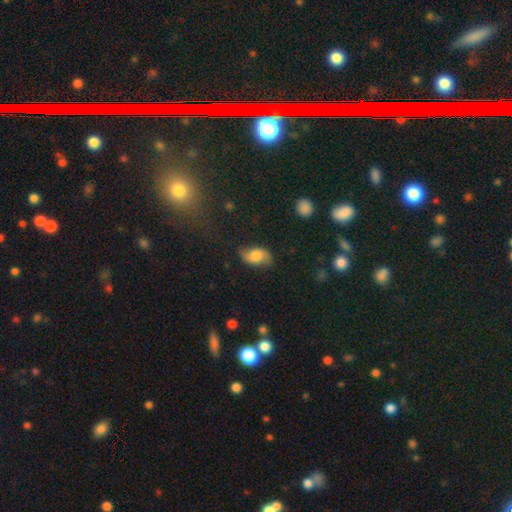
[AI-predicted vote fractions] This is possibly a smooth galaxy (50%). How rounded: clearly in between (88%). Merging: likely none (72%).